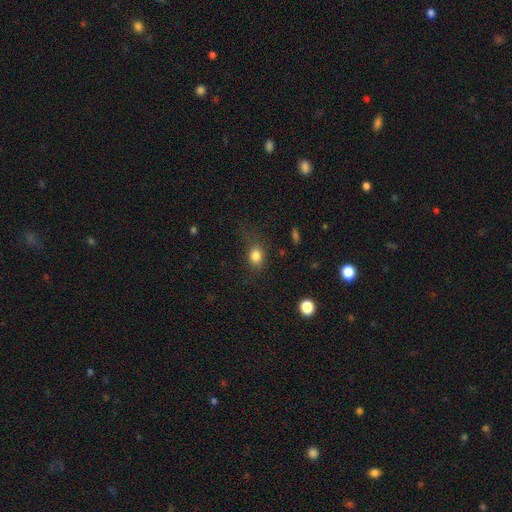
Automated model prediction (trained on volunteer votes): This is clearly a smooth galaxy (82%). How rounded: possibly in between (50%). Merging: likely none (65%).